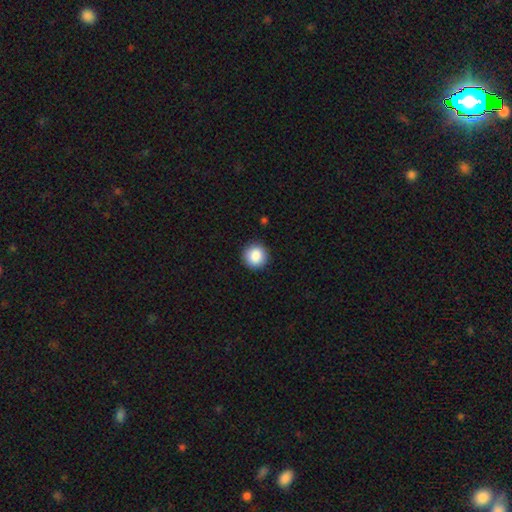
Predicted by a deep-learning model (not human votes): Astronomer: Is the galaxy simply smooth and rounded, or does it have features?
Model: smooth — 87%.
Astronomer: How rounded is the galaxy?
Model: round — 94%.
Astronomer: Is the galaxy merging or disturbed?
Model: none — 91%.